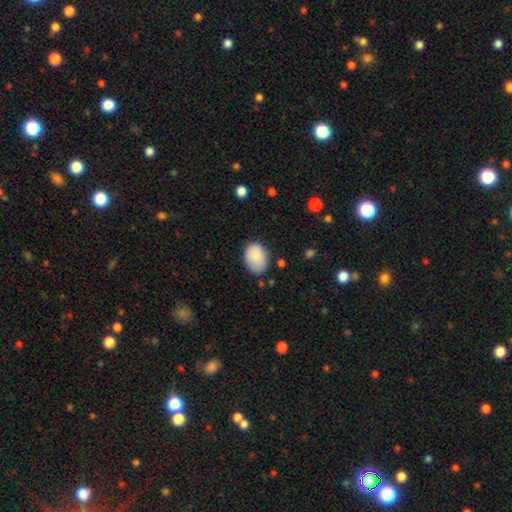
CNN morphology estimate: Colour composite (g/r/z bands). It shows a smooth galaxy with no disk features (84%) that is in between round and cigar-shaped (78%). Merging: none (71%).